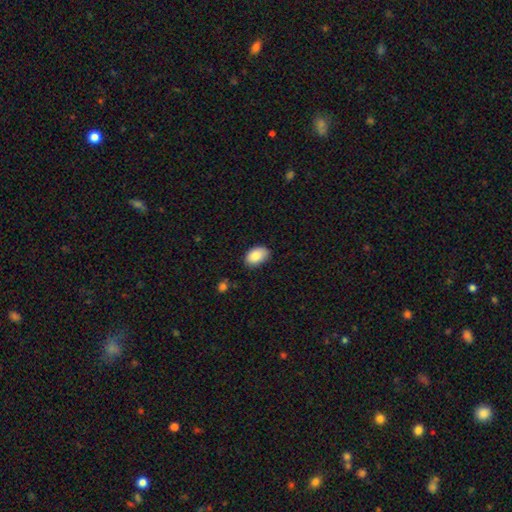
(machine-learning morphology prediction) This appears to be a smooth galaxy with no disk features (87%) that is in between round and cigar-shaped (88%). Merging: none (79%).